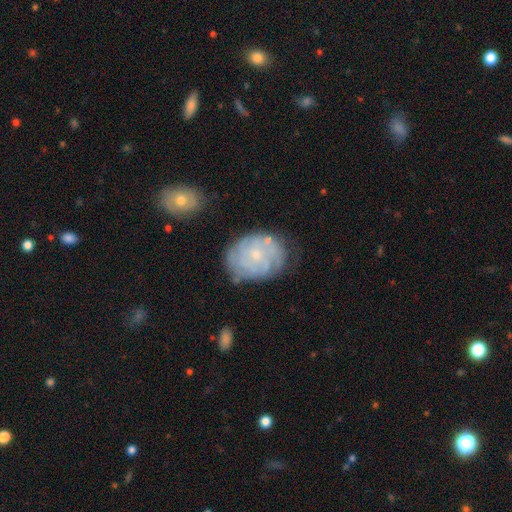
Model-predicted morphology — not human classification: featured or disk 74%, smooth 19%, star or artifact 7%. Down the decision tree: edge-on disk — no (97%); bar — no (79%); spiral arms — yes (86%); spiral arm count — can't tell (50%); spiral winding — tight (72%); bulge size — small (79%); merging — none (67%).